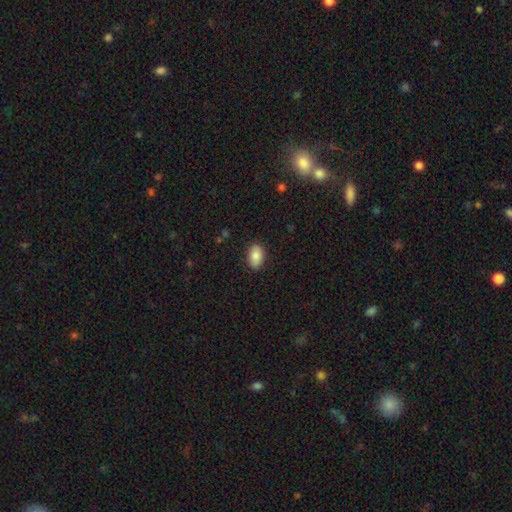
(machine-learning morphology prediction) This appears to be a smooth galaxy with no disk features (85%) that is in between round and cigar-shaped (90%). Merging: none (87%).